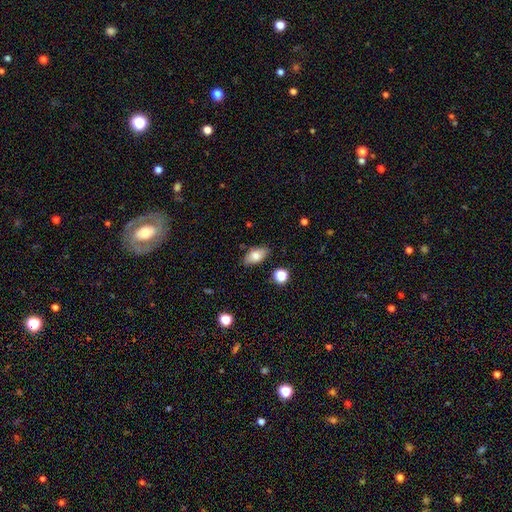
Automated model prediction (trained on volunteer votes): smooth-or-featured: smooth: 78% | featured or disk: 14% | star or artifact: 8%
  how-rounded: in between: 90% | round: 6% | cigar-shaped: 4%
  merging: none: 82% | minor disturbance: 13% | major disturbance: 3% | merger: 2%